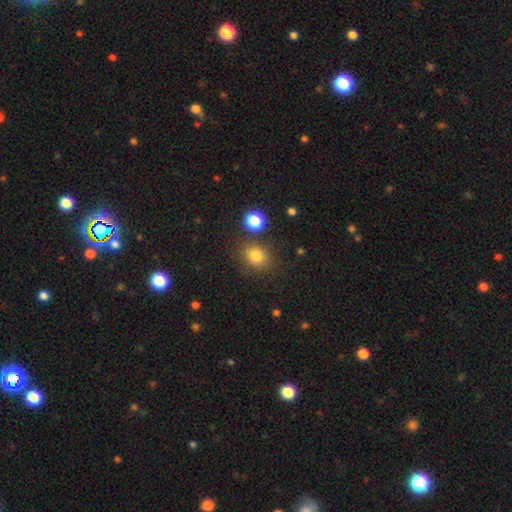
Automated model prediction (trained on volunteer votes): smooth 81%, star or artifact 13%, featured or disk 6%. Down the decision tree: how rounded — round (68%); merging — none (78%).